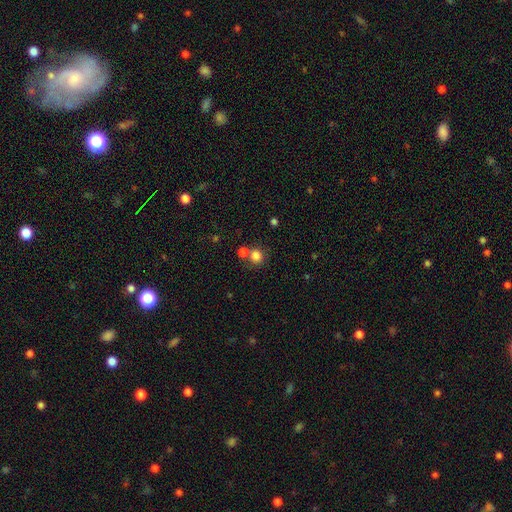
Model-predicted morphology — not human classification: type=smooth (82%); roundness=round (88%); merging=none (62%).